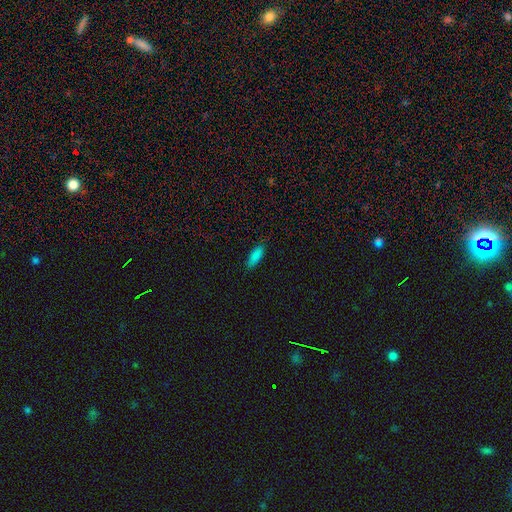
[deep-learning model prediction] The model was most divided on "how rounded": in between: 63%, cigar-shaped: 35%, round: 2%. More confident: smooth or featured — smooth (86%); merging — none (85%).